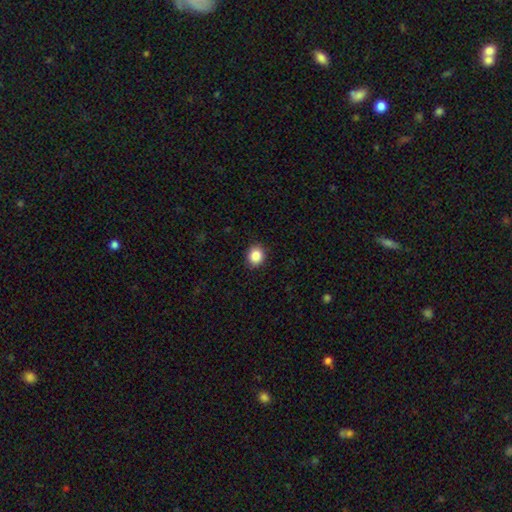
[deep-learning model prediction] This appears to be a smooth galaxy with no disk features (86%) that is round (76%). Merging: none (90%).